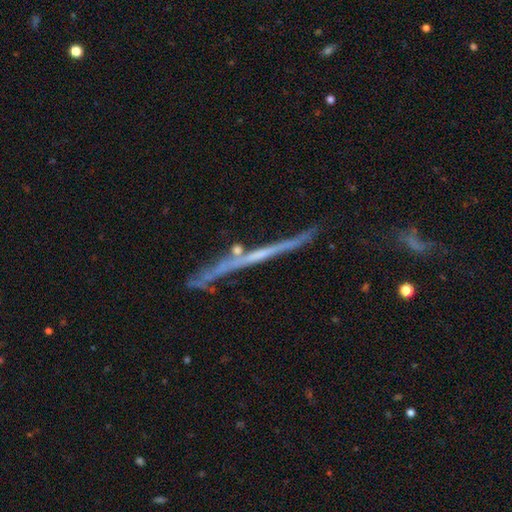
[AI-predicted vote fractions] A featured or disk galaxy (71%) viewed edge-on (95%) with no central bulge (77%).

Vote fractions:
- Smooth or featured? featured or disk: 71% / smooth: 21% / star or artifact: 8%
- Edge-on disk? yes: 95% / no: 5%
- Edge-on bulge? none: 77% / rounded: 18% / boxy: 5%
- Merging? none: 72% / minor disturbance: 17% / merger: 6% / major disturbance: 6%